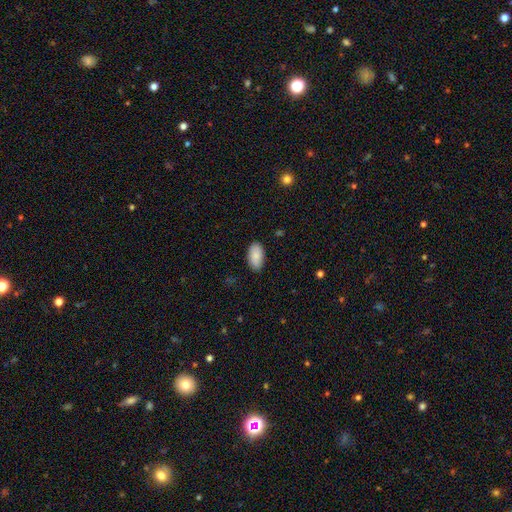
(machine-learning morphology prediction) The model was most divided on "merging": none: 87%, minor disturbance: 10%, major disturbance: 2%, merger: 1%. More confident: how rounded — in between (95%); smooth or featured — smooth (87%).